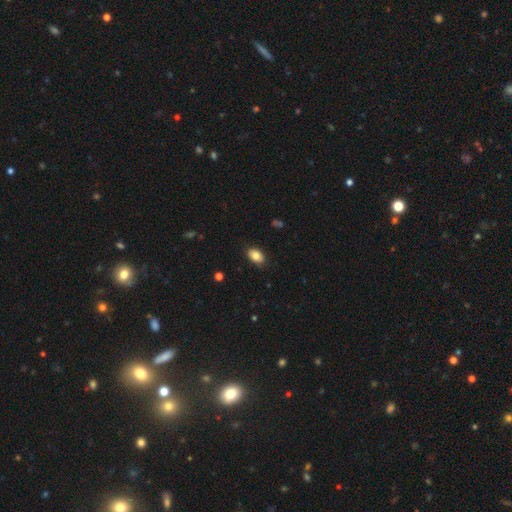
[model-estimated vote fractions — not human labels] The model was most divided on "merging": none: 86%, minor disturbance: 10%, major disturbance: 2%, merger: 1%. More confident: how rounded — in between (89%); smooth or featured — smooth (85%).